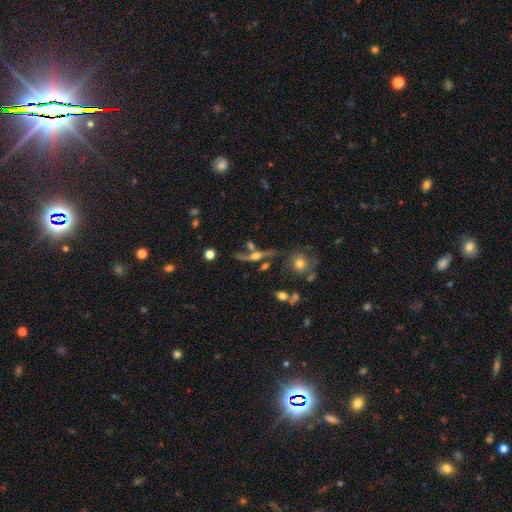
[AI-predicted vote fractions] smooth_or_featured: featured or disk (p=0.69) [alt: smooth p=0.20]
disk_edge_on: yes (p=0.67) [alt: no p=0.33]
merging: none (p=0.51) [alt: merger p=0.20]